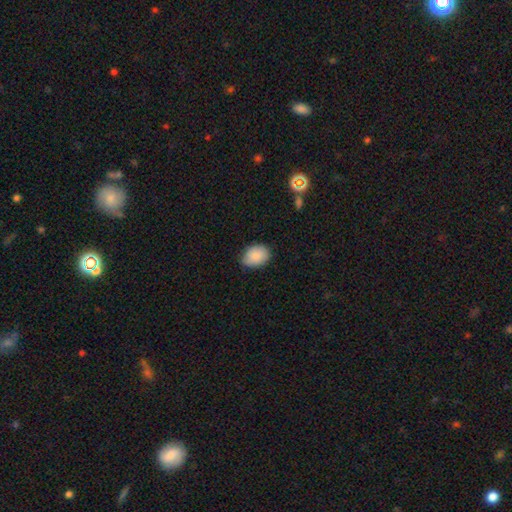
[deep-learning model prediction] A smooth galaxy with no disk features (87%) that is in between round and cigar-shaped (72%).

Vote fractions:
- Smooth or featured? smooth: 87% / star or artifact: 7% / featured or disk: 6%
- How rounded? in between: 72% / round: 27% / cigar-shaped: 1%
- Merging? none: 76% / minor disturbance: 20% / major disturbance: 3% / merger: 1%